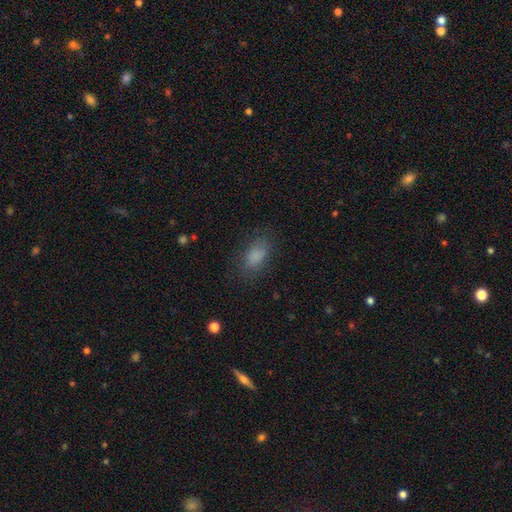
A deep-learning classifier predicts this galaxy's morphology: smooth-or-featured: smooth: 83% | star or artifact: 10% | featured or disk: 7%
  how-rounded: in between: 88% | round: 9% | cigar-shaped: 3%
  merging: none: 76% | minor disturbance: 16% | major disturbance: 7% | merger: 1%